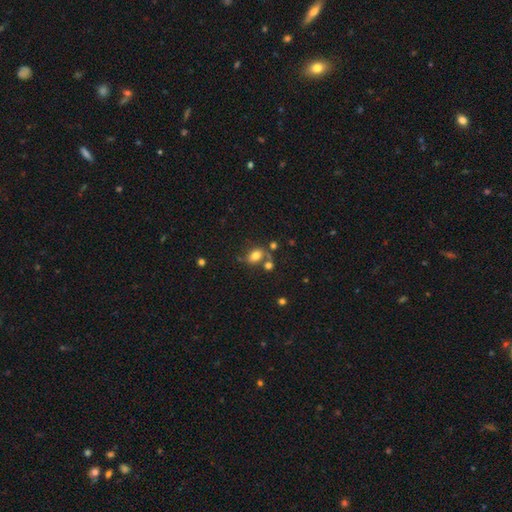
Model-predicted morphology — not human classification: This appears to be a smooth galaxy with no disk features (75%) that is in between round and cigar-shaped (79%). Merging: none (56%).